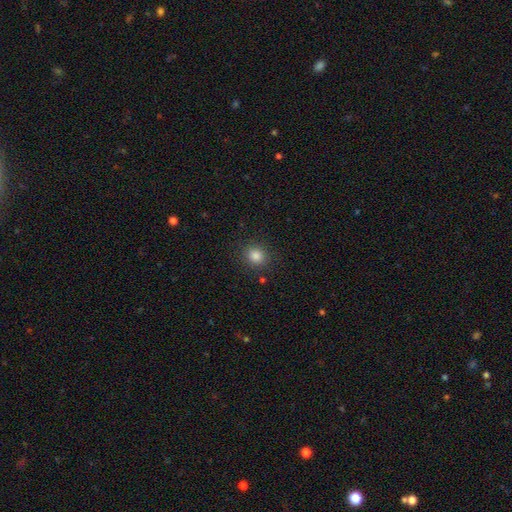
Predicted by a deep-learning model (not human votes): A smooth galaxy with no disk features (84%) that is round (74%). Merging: none (87%).